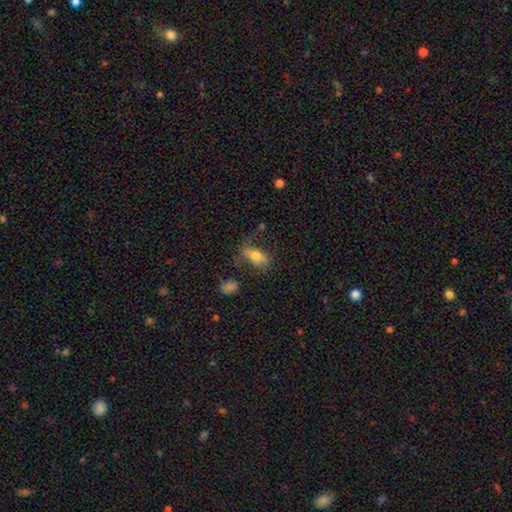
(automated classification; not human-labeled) A smooth galaxy with no disk features (68%) that is in between round and cigar-shaped (85%). Merging: none (52%).